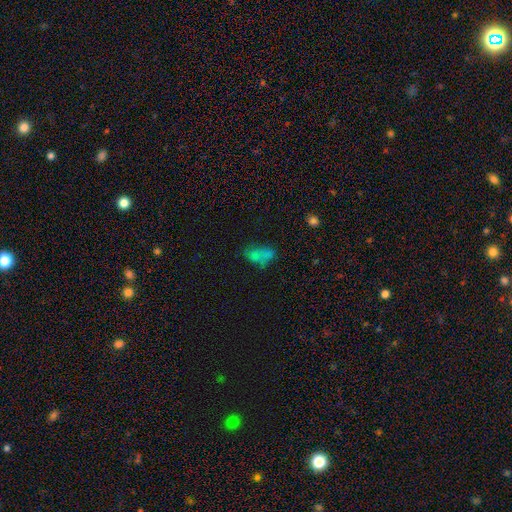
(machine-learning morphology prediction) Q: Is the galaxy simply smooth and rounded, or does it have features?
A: smooth — 61%.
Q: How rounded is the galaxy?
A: in between — 82%.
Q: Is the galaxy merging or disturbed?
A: none — 38%.